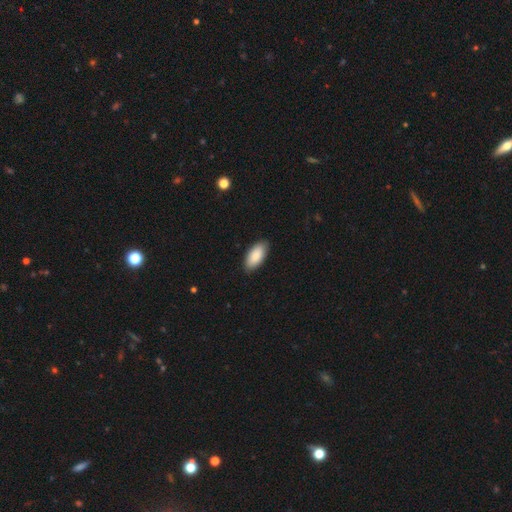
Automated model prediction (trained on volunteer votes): smooth_or_featured: smooth (p=0.86) [alt: featured or disk p=0.08]
how_rounded: in between (p=0.93) [alt: cigar-shaped p=0.05]
merging: none (p=0.86) [alt: minor disturbance p=0.11]